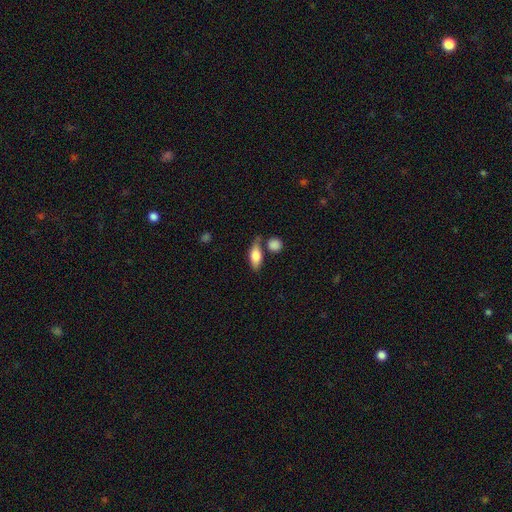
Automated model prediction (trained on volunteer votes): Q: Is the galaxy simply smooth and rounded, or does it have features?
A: smooth — 69%.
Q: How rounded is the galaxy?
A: in between — 73%.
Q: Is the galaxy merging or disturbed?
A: none — 61%.